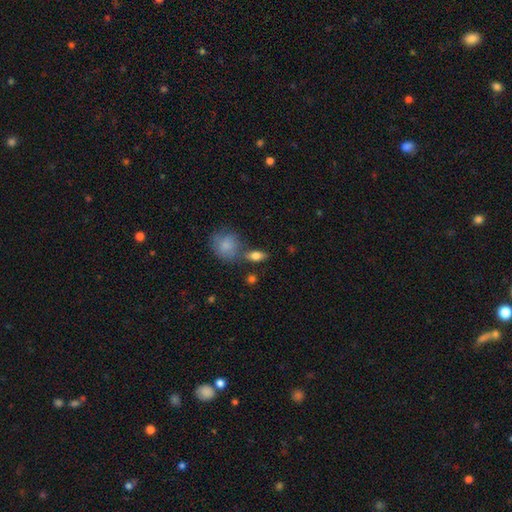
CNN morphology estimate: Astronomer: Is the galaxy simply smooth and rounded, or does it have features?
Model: smooth — 78%.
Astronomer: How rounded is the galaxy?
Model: in between — 76%.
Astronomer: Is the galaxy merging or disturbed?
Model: none — 67%.